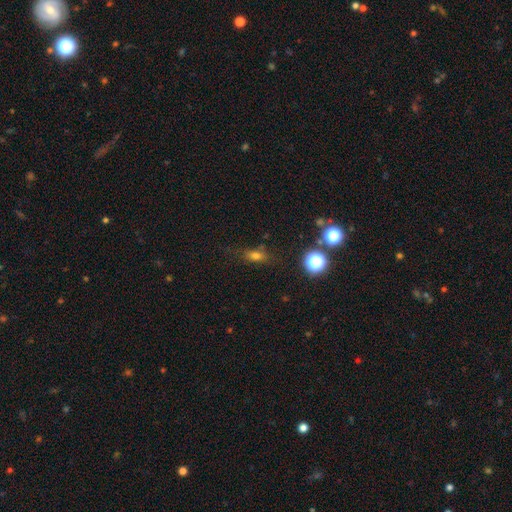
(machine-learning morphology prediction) smooth_or_featured: smooth (p=0.65) [alt: star or artifact p=0.22]
how_rounded: in between (p=0.62) [alt: round p=0.22]
merging: none (p=0.71) [alt: minor disturbance p=0.18]